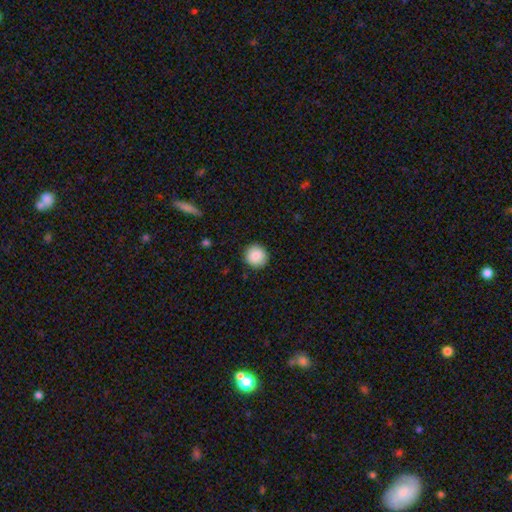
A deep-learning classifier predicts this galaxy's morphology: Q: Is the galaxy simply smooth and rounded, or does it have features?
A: smooth — 88%.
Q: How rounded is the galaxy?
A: round — 94%.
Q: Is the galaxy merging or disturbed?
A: none — 91%.